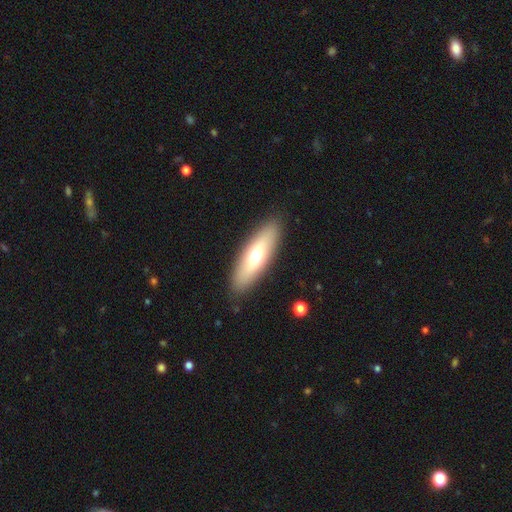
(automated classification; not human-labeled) Morphology: type=smooth (60%); roundness=cigar-shaped (51%); merging=none (89%).